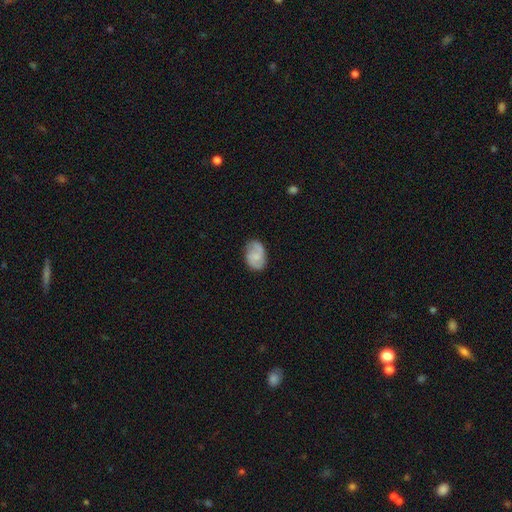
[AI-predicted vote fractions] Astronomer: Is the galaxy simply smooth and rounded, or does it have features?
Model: smooth — 48% (runner-up: featured or disk, 45%).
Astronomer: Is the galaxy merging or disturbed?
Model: none — 75%.